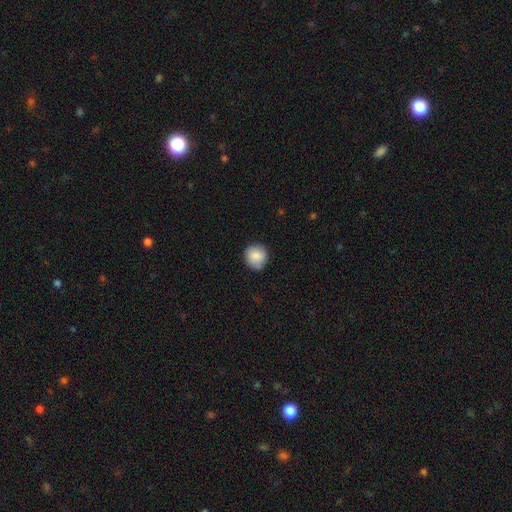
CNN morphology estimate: smooth_or_featured: smooth (p=0.86) [alt: star or artifact p=0.08]
how_rounded: round (p=0.90) [alt: in between p=0.09]
merging: none (p=0.81) [alt: minor disturbance p=0.15]